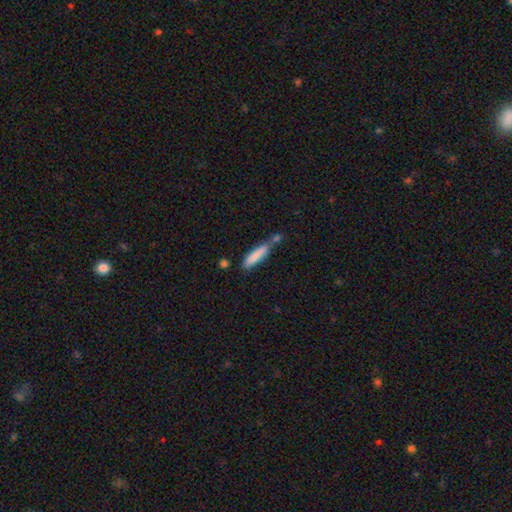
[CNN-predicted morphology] A smooth galaxy with no disk features (81%) that is cigar-shaped (80%).

Vote fractions:
- Smooth or featured? smooth: 81% / featured or disk: 12% / star or artifact: 6%
- How rounded? cigar-shaped: 80% / in between: 19% / round: 1%
- Merging? none: 54% / minor disturbance: 21% / merger: 19% / major disturbance: 6%